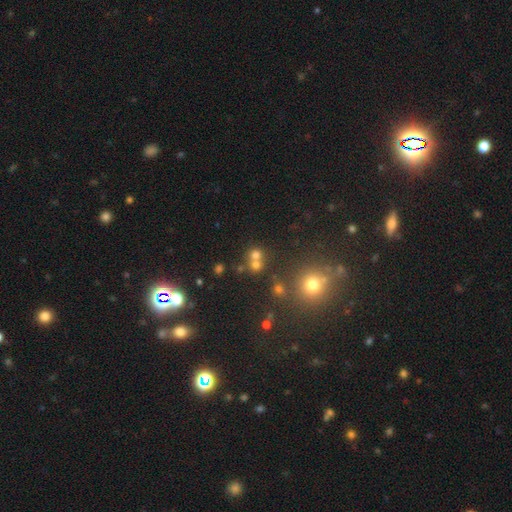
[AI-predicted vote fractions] smooth_or_featured: smooth (p=0.65) [alt: star or artifact p=0.23]
how_rounded: round (p=0.86) [alt: in between p=0.13]
merging: none (p=0.52) [alt: merger p=0.38]